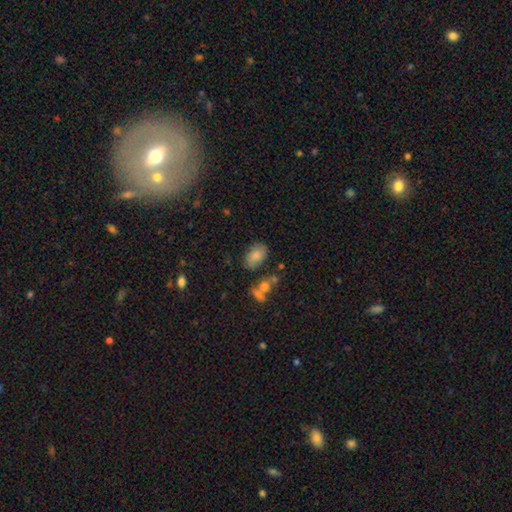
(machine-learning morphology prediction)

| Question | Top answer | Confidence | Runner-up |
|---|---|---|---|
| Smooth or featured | smooth | 82% | featured or disk (9%) |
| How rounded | in between | 88% | round (10%) |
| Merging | none | 71% | minor disturbance (17%) |